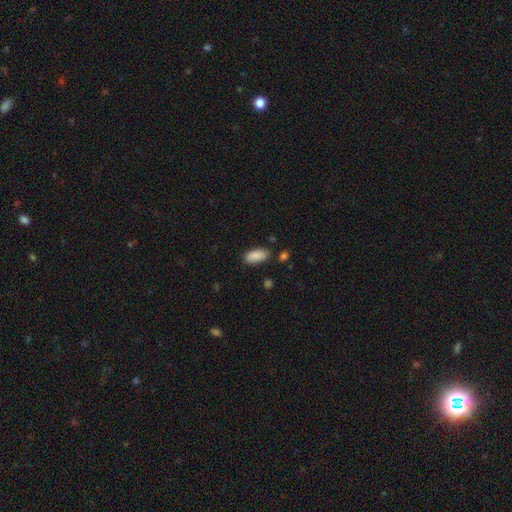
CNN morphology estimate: This is clearly a smooth galaxy (88%). How rounded: clearly in between (88%). Merging: clearly none (81%).